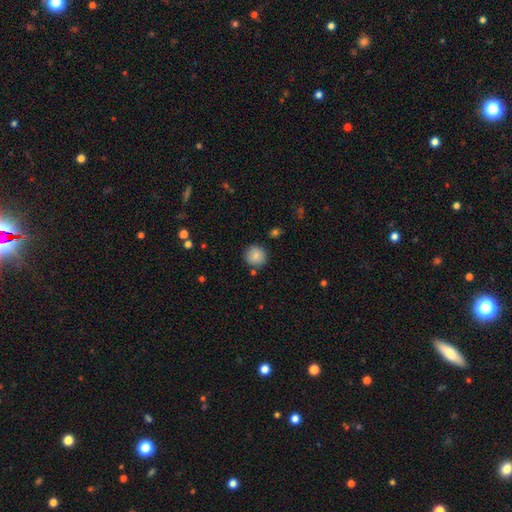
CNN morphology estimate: Smooth or featured? smooth (83%)
How rounded? round (93%)
Merging? none (86%)